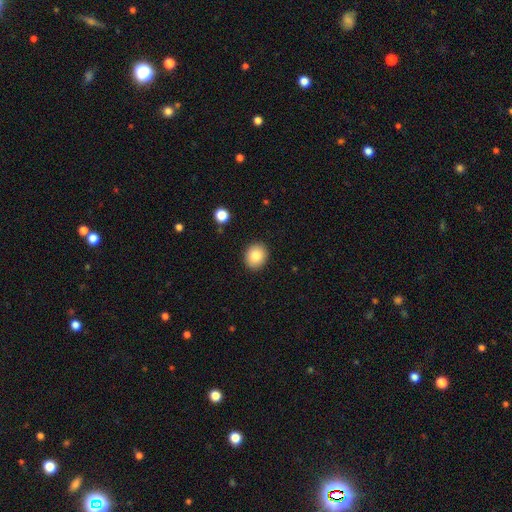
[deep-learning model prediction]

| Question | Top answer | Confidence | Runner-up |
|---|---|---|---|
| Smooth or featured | smooth | 85% | star or artifact (9%) |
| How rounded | round | 66% | in between (33%) |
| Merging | none | 90% | minor disturbance (7%) |